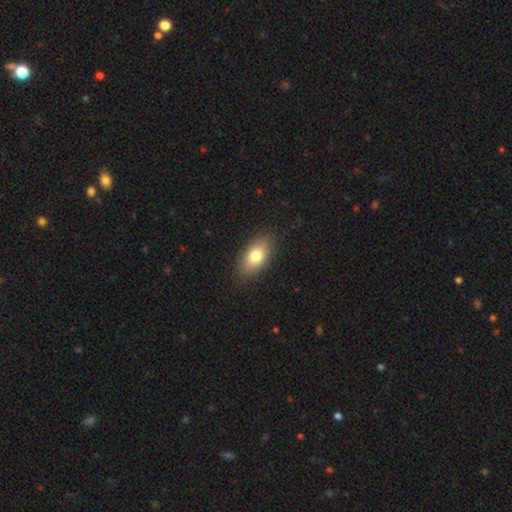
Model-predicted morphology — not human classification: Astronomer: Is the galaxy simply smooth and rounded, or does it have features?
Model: smooth — 78%.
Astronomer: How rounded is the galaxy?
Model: in between — 89%.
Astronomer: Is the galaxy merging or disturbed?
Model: none — 85%.